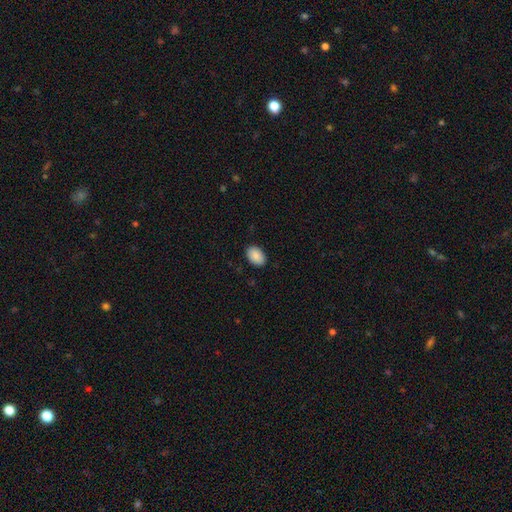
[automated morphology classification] Q: Smooth or featured?
A: smooth (89%); runner-up: star or artifact (7%)
Q: How rounded?
A: in between (86%); runner-up: round (13%)
Q: Merging?
A: none (89%); runner-up: minor disturbance (8%)